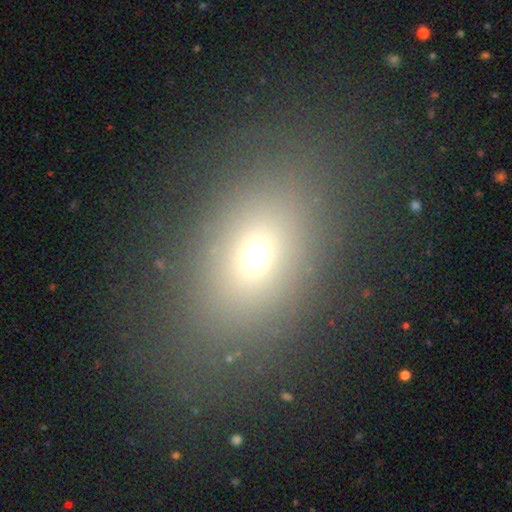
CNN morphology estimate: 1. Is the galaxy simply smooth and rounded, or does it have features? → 64% smooth, 21% star or artifact, 15% featured or disk.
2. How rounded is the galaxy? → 71% in between, 26% round, 3% cigar-shaped.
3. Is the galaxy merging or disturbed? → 79% none, 11% minor disturbance, 8% major disturbance, 2% merger.